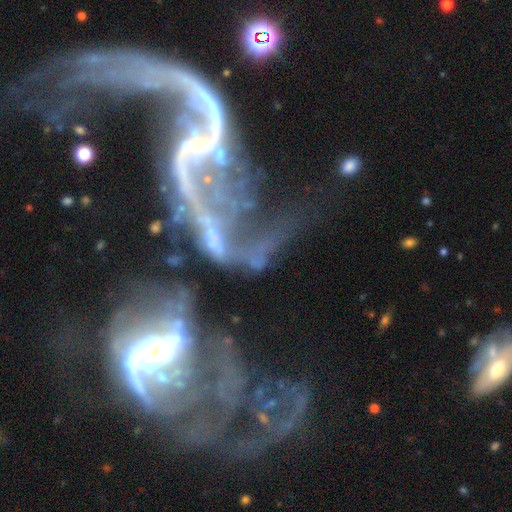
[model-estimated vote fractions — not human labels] A featured or disk galaxy (57%) with no bar (62%), no spiral arms (52%) and no central bulge (37%). Merging: major disturbance (34%).